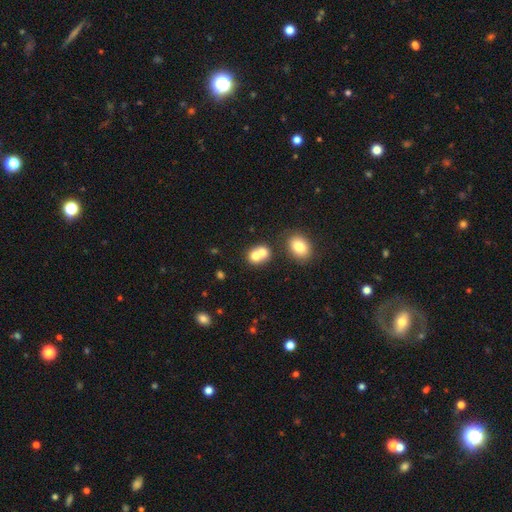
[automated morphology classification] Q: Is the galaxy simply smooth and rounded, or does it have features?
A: smooth — 72%.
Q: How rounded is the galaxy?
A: round — 69%.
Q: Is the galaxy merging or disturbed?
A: merger — 61%.